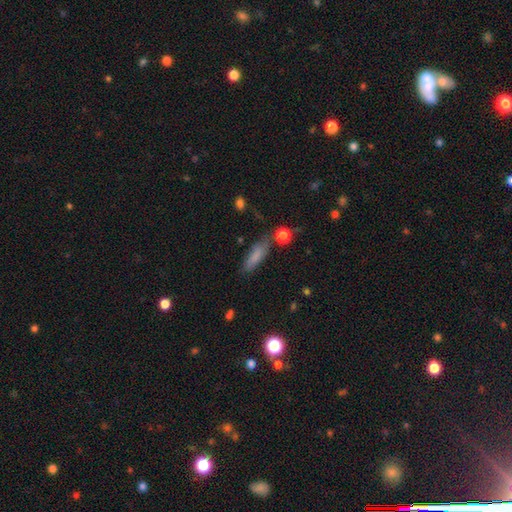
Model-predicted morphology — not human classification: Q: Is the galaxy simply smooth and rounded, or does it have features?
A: smooth — 75%.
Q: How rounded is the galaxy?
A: cigar-shaped — 56%.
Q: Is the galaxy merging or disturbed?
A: none — 66%.